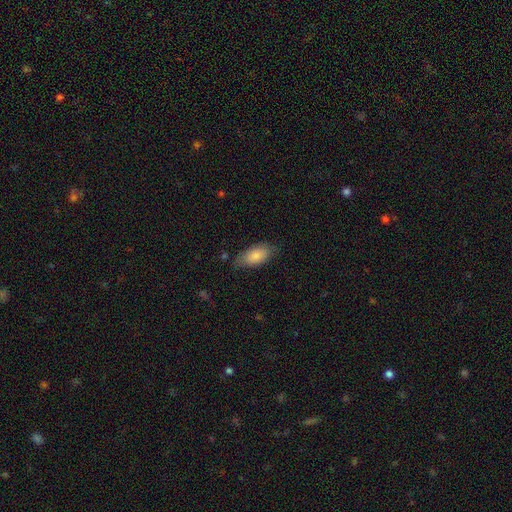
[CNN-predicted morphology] A smooth galaxy with no disk features (83%) that is in between round and cigar-shaped (90%).

Vote fractions:
- Smooth or featured? smooth: 83% / featured or disk: 11% / star or artifact: 6%
- How rounded? in between: 90% / cigar-shaped: 8% / round: 2%
- Merging? none: 71% / minor disturbance: 23% / major disturbance: 5% / merger: 2%